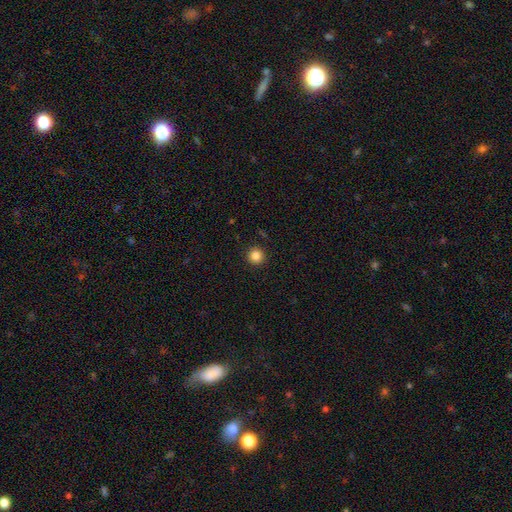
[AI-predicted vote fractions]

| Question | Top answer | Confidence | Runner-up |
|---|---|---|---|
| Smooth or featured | smooth | 85% | star or artifact (11%) |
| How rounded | round | 95% | in between (4%) |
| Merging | none | 92% | minor disturbance (5%) |